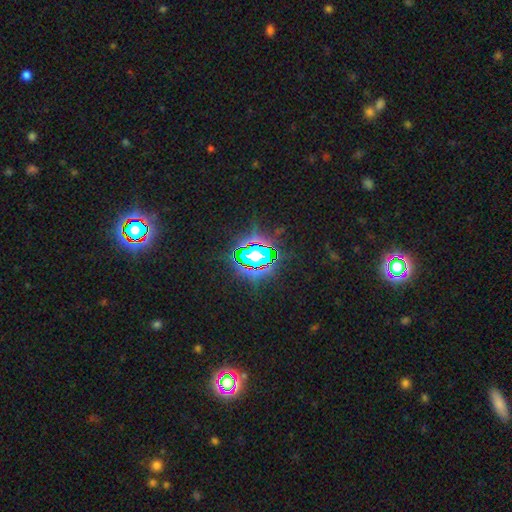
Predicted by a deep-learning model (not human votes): smooth-or-featured: star or artifact: 77% | smooth: 13% | featured or disk: 10%